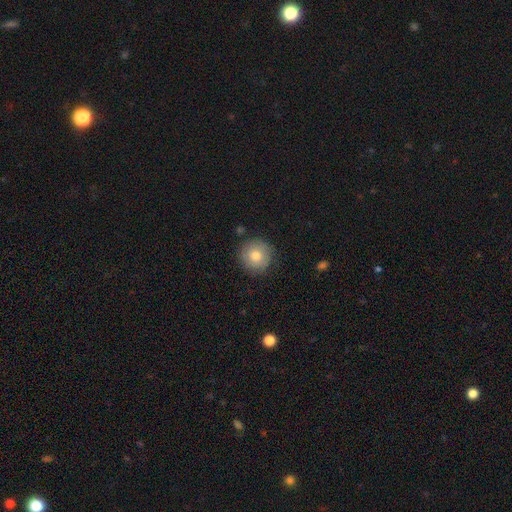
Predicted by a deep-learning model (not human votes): Q: Smooth or featured?
A: smooth (75%); runner-up: featured or disk (17%)
Q: How rounded?
A: round (95%); runner-up: in between (4%)
Q: Merging?
A: none (85%); runner-up: minor disturbance (11%)